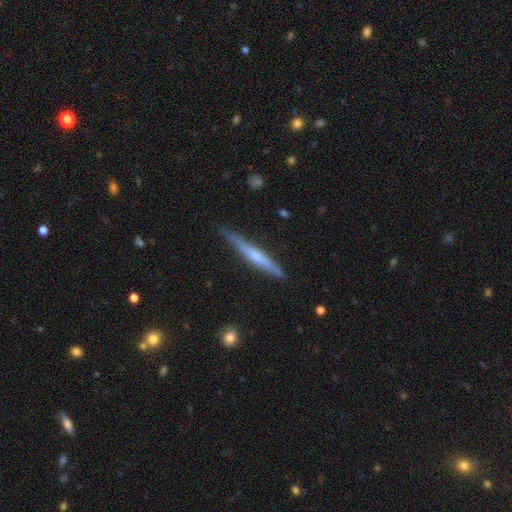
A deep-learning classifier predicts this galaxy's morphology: Smooth or featured? featured or disk (55%)
Edge-on disk? yes (97%)
Edge-on bulge? none (46%)
Merging? none (85%)